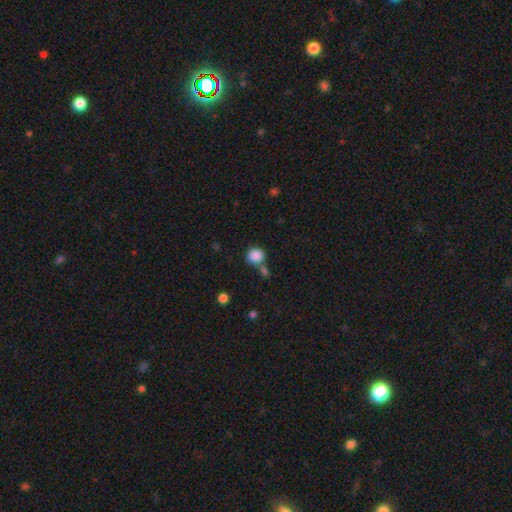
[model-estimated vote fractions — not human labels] Morphology: type=smooth (87%); roundness=round (83%); merging=none (61%).